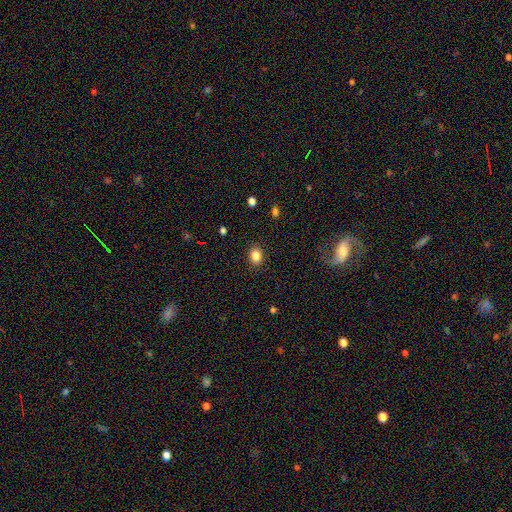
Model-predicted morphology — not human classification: This is clearly a smooth galaxy (85%). How rounded: possibly in between (56%). Merging: clearly none (88%).